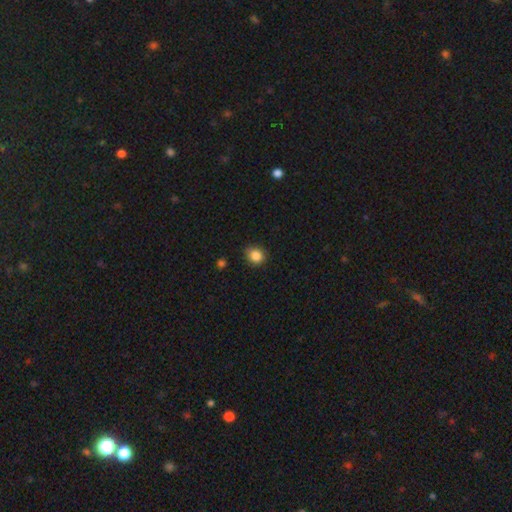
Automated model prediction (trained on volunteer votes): Overall: smooth (85%). How rounded: round (78%). Merging: none (81%).